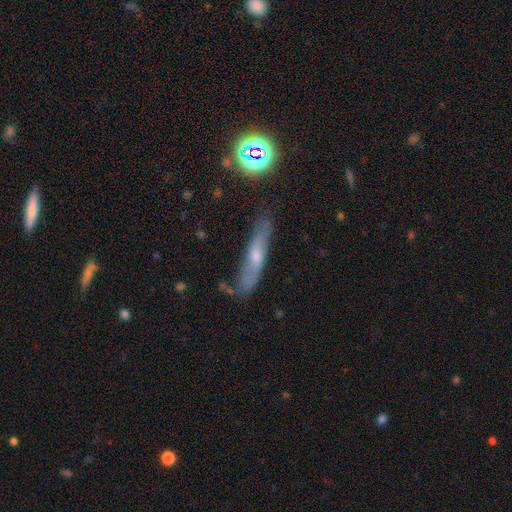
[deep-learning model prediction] Smooth or featured: featured or disk — 52% (smooth — 33%)
Edge-on disk: yes — 59% (no — 41%)
Merging: none — 62% (minor disturbance — 25%)